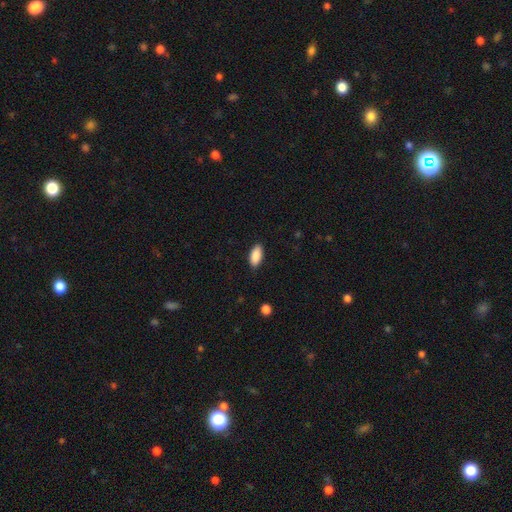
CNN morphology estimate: This appears to be a smooth galaxy with no disk features (89%) that is in between round and cigar-shaped (91%). Merging: none (86%).